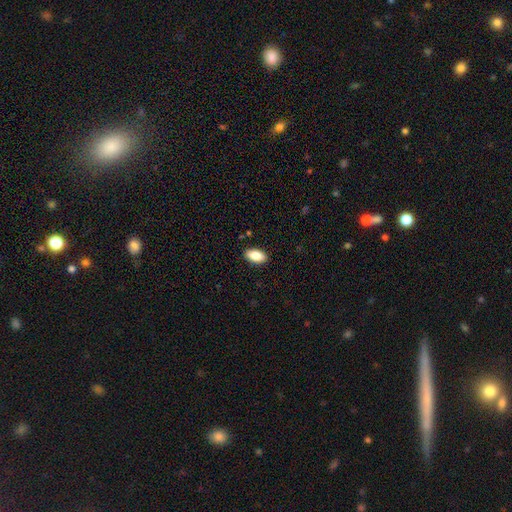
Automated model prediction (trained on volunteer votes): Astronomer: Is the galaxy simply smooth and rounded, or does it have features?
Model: smooth — 83%.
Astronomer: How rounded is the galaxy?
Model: in between — 92%.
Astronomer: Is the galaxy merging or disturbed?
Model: none — 89%.